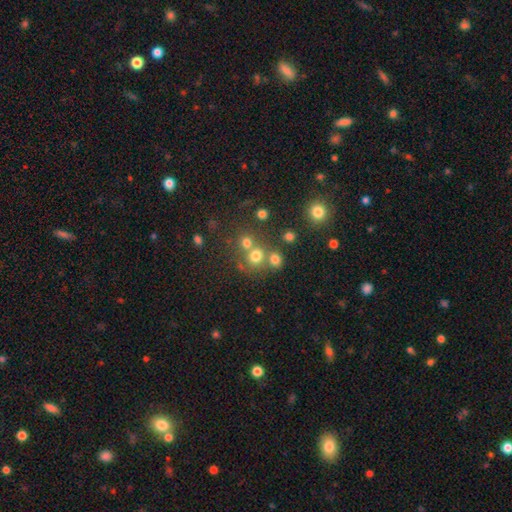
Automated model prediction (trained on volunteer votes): smooth 71%, star or artifact 19%, featured or disk 10%. Down the decision tree: how rounded — round (84%); merging — none (54%).